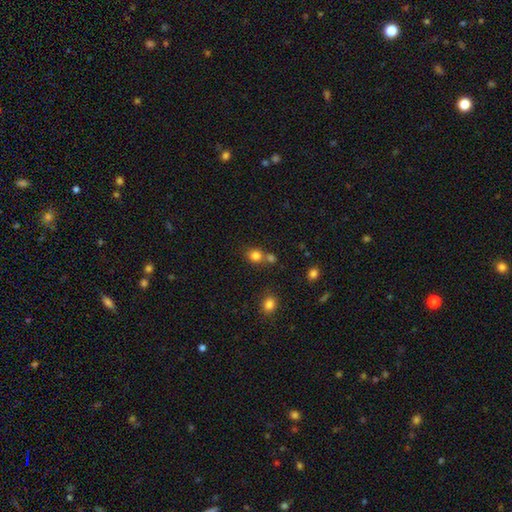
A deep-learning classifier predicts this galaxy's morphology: Smooth or featured? Predicted: smooth (p=0.81). How rounded? Predicted: round (p=0.81). Merging? Predicted: none (p=0.58).